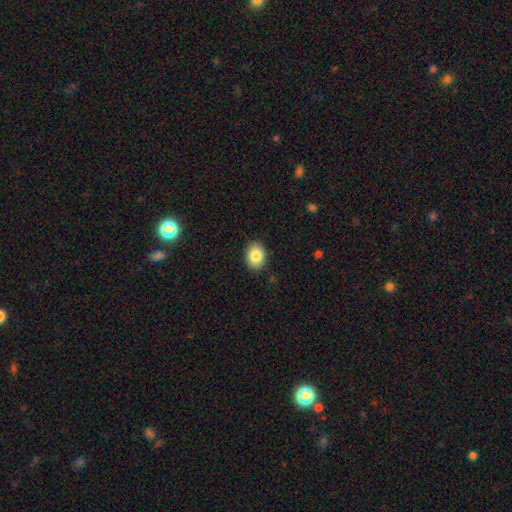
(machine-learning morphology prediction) A smooth galaxy with no disk features (85%) that is in between round and cigar-shaped (65%). Merging: none (89%).